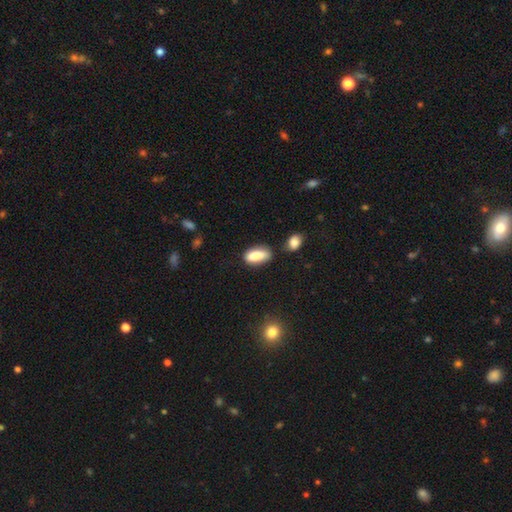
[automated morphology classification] smooth_or_featured: smooth (p=0.83) [alt: featured or disk p=0.10]
how_rounded: in between (p=0.84) [alt: cigar-shaped p=0.13]
merging: none (p=0.65) [alt: minor disturbance p=0.21]